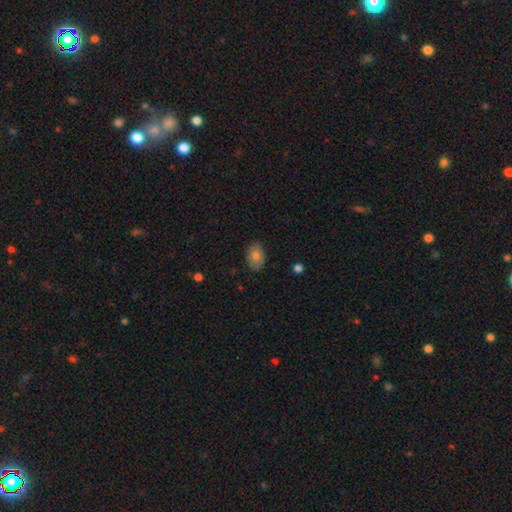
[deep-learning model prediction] A smooth galaxy with no disk features (82%) that is in between round and cigar-shaped (88%).

Vote fractions:
- Smooth or featured? smooth: 82% / featured or disk: 10% / star or artifact: 8%
- How rounded? in between: 88% / round: 10% / cigar-shaped: 1%
- Merging? none: 84% / minor disturbance: 12% / major disturbance: 3% / merger: 1%